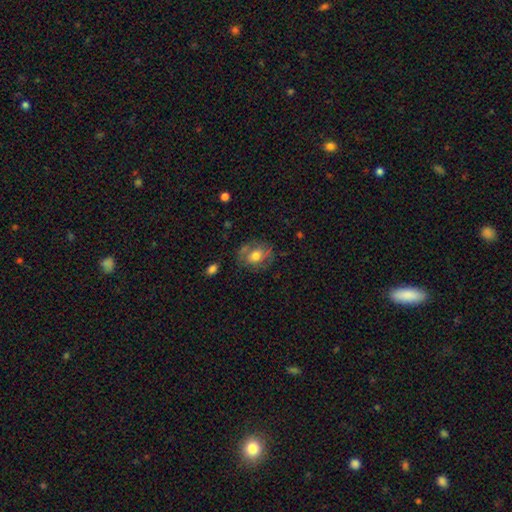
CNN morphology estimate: A smooth galaxy with no disk features (56%) that is round (50%).

Vote fractions:
- Smooth or featured? smooth: 56% / featured or disk: 36% / star or artifact: 8%
- How rounded? round: 50% / in between: 49% / cigar-shaped: 1%
- Merging? none: 67% / minor disturbance: 21% / major disturbance: 9% / merger: 3%